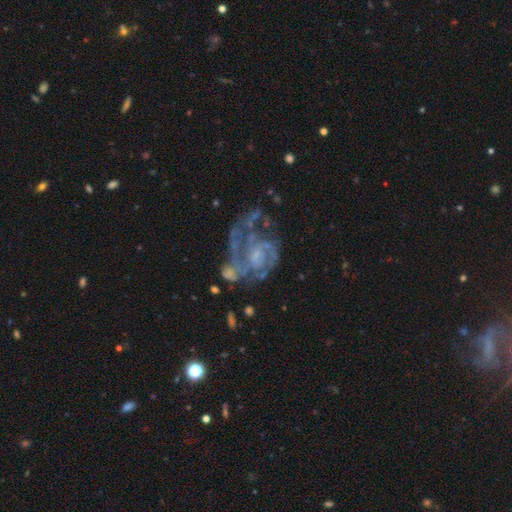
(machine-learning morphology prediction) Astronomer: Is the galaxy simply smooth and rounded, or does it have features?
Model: featured or disk — 84%.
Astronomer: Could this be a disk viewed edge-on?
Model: no — 98%.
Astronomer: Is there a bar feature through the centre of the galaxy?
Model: no — 61%.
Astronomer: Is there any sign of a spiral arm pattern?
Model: yes — 88%.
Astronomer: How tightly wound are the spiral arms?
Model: medium — 44% (runner-up: tight, 39%).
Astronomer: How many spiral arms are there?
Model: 2 — 37% (runner-up: can't tell, 26%).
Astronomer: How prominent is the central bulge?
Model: small — 50% (runner-up: none, 27%).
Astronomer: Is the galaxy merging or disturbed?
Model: none — 38% (runner-up: major disturbance, 34%).